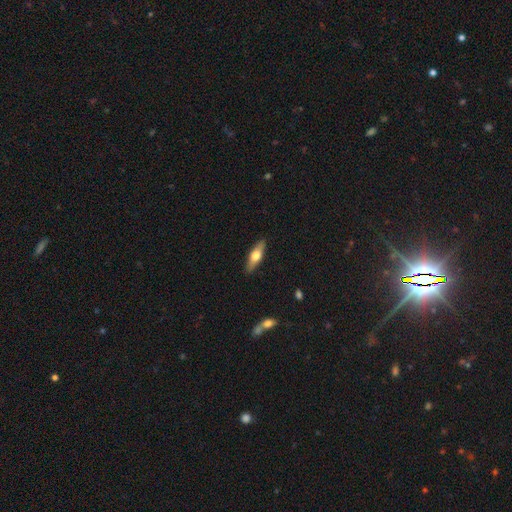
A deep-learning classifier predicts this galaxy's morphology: A smooth galaxy with no disk features (49%).

Vote fractions:
- Smooth or featured? smooth: 49% / featured or disk: 45% / star or artifact: 6%
- Merging? none: 89% / minor disturbance: 8% / major disturbance: 2% / merger: 1%